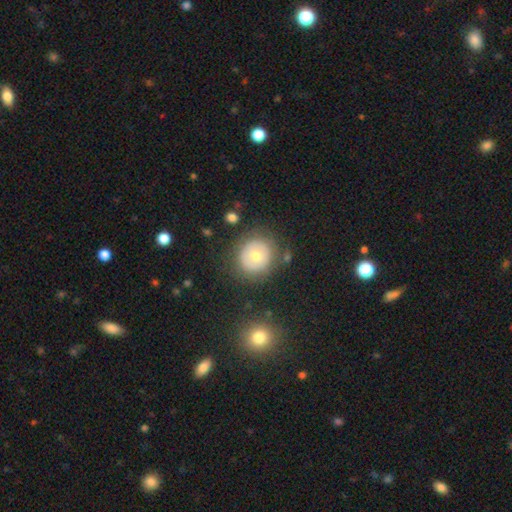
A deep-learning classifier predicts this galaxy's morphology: Overall: smooth (57%; featured or disk 34%). How rounded: round (88%). Merging: none (77%).